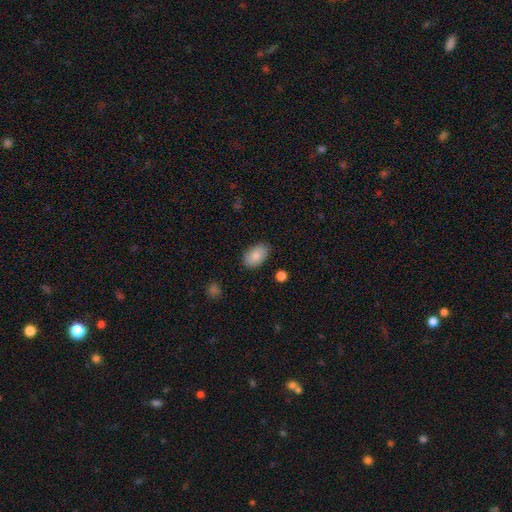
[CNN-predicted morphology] type=smooth (81%); roundness=in between (91%); merging=none (82%).